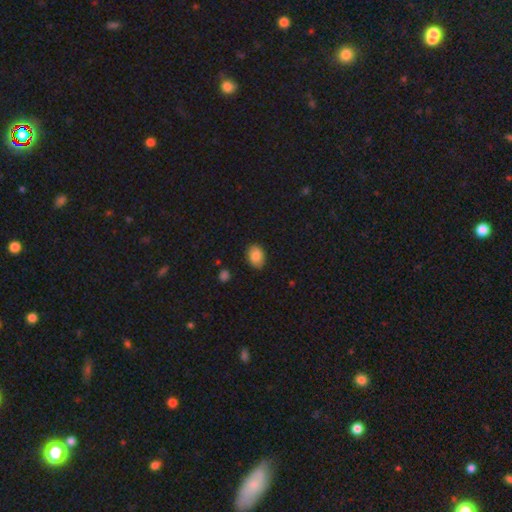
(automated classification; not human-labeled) This is clearly a smooth galaxy (85%). How rounded: likely in between (76%). Merging: clearly none (82%).